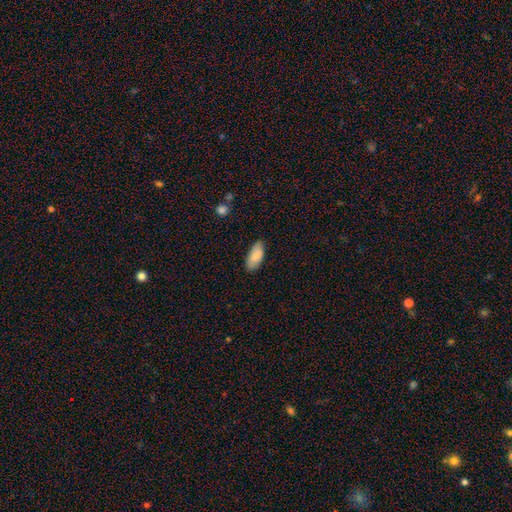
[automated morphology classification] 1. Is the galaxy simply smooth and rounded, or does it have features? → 83% smooth, 11% featured or disk, 6% star or artifact.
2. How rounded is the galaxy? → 90% in between, 8% cigar-shaped, 2% round.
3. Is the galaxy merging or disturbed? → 82% none, 15% minor disturbance, 2% major disturbance, 1% merger.